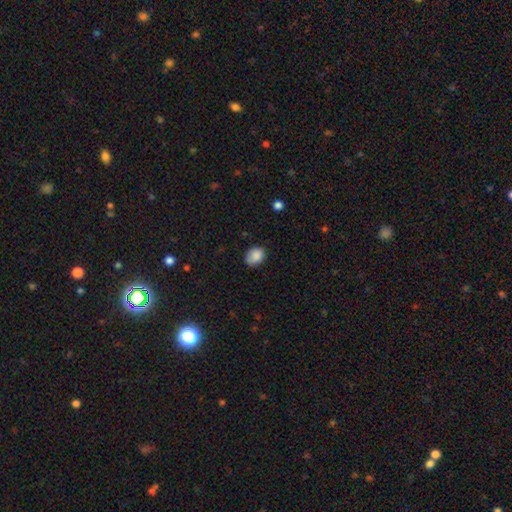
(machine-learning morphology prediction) Overall: smooth (88%). How rounded: in between (66%; round 33%). Merging: none (76%).